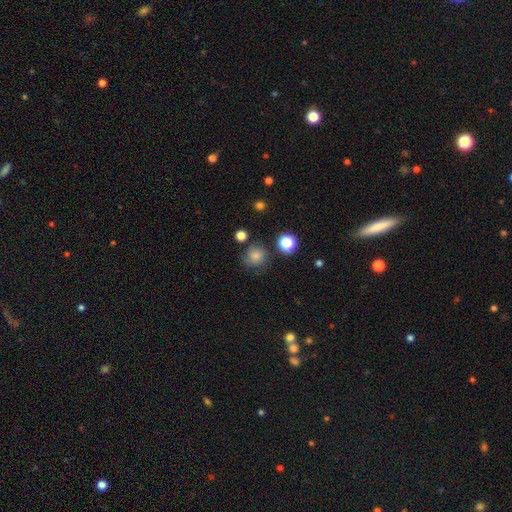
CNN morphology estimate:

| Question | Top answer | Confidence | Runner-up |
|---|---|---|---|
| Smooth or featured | smooth | 75% | star or artifact (15%) |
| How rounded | round | 88% | in between (11%) |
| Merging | none | 69% | minor disturbance (20%) |